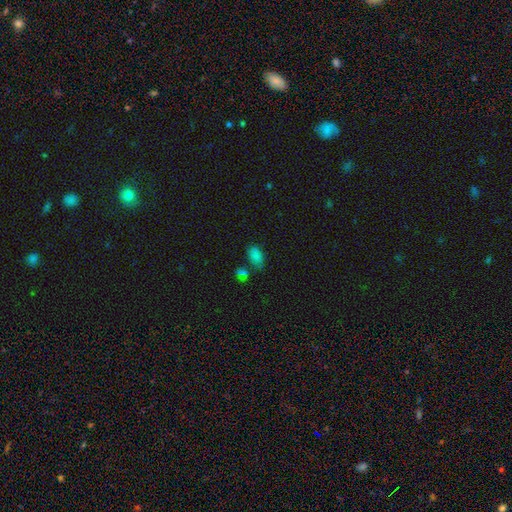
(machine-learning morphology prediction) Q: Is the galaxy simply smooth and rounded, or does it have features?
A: smooth — 77%.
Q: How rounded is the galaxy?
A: in between — 91%.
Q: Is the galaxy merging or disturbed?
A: none — 64%.